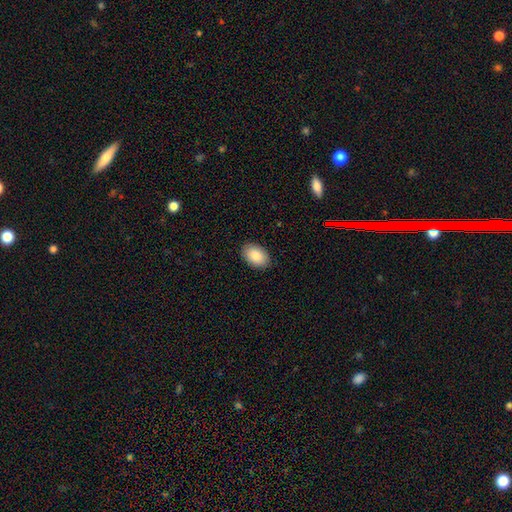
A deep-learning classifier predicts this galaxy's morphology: smooth 86%, featured or disk 7%, star or artifact 7%. Down the decision tree: how rounded — in between (89%); merging — none (89%).